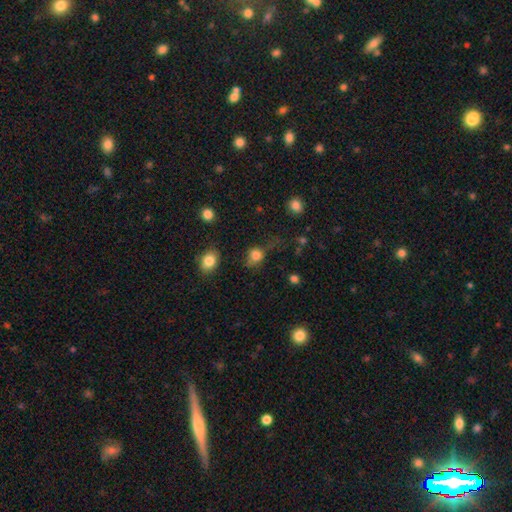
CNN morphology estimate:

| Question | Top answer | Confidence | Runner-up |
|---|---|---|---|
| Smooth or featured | smooth | 78% | star or artifact (12%) |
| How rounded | round | 68% | in between (30%) |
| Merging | none | 52% | minor disturbance (27%) |